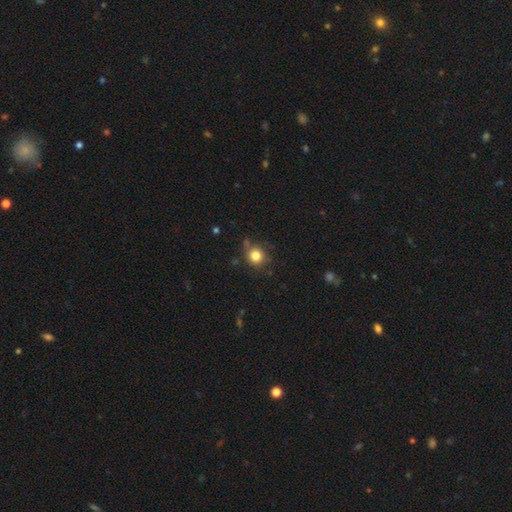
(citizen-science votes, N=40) This appears to be a smooth galaxy with no disk features (90%) that is round (83%). Merging: none (78%).